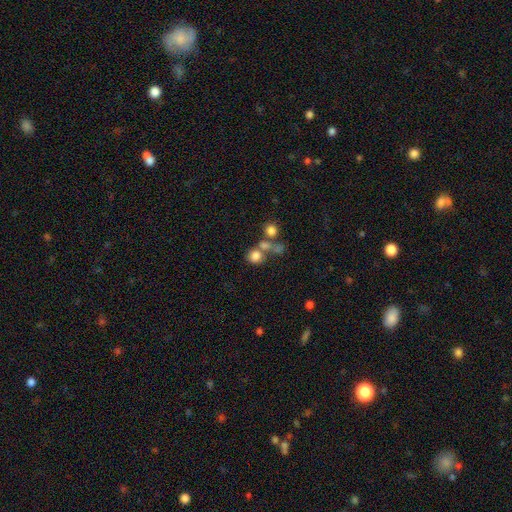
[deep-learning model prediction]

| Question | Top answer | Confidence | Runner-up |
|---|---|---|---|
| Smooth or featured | smooth | 76% | star or artifact (13%) |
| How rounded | round | 81% | in between (18%) |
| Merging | none | 46% | merger (37%) |